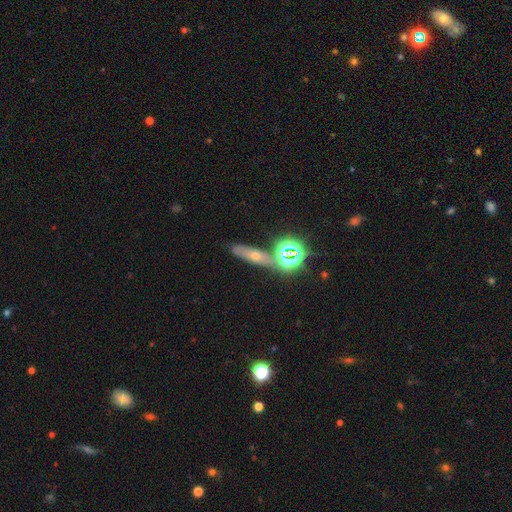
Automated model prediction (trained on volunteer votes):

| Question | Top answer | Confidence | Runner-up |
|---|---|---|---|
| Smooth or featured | star or artifact | 40% | smooth (31%) |